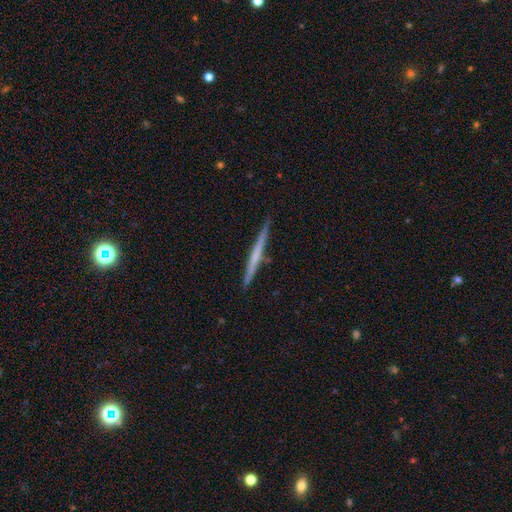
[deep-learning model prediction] Smooth or featured? Predicted: featured or disk (p=0.57). Edge-on disk? Predicted: yes (p=0.98). Edge-on bulge? Predicted: none (p=0.76). Merging? Predicted: none (p=0.89).